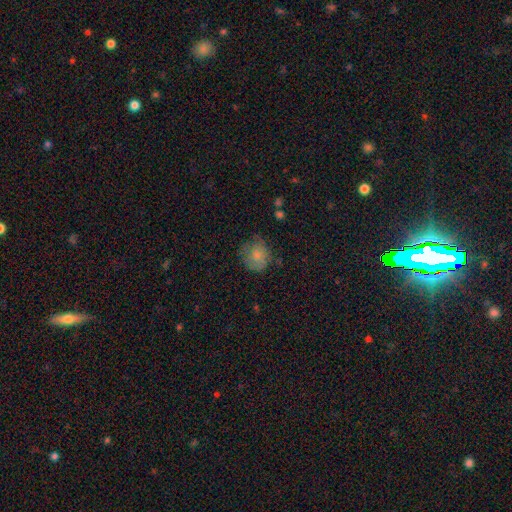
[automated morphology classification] Smooth or featured? smooth (75%)
How rounded? round (78%)
Merging? none (64%)